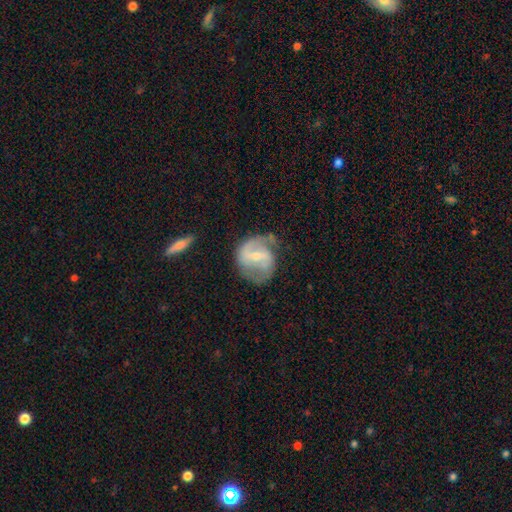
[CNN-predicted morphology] This appears to be a featured or disk galaxy (79%) with a weak bar (47%), 2 (83%) medium (48%) spiral arms (89%) and a small central bulge (60%). Merging: none (59%).